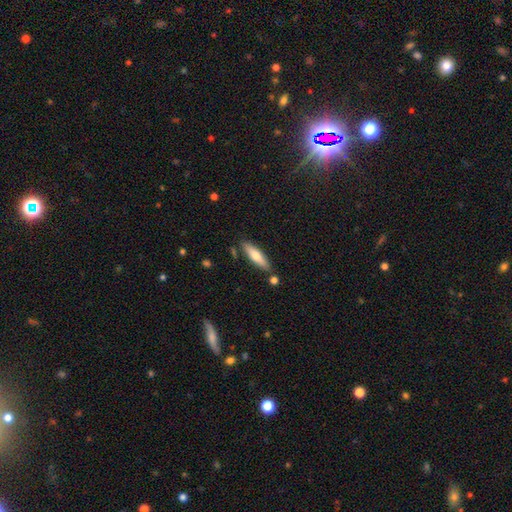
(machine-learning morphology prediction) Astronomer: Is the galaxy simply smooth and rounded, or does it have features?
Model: smooth — 61%.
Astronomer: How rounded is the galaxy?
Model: cigar-shaped — 70%.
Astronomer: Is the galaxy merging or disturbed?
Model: none — 82%.